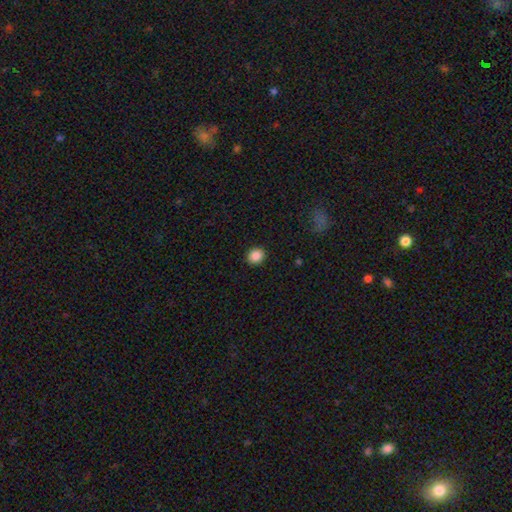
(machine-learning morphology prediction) Smooth or featured? smooth (87%)
How rounded? round (75%)
Merging? none (92%)